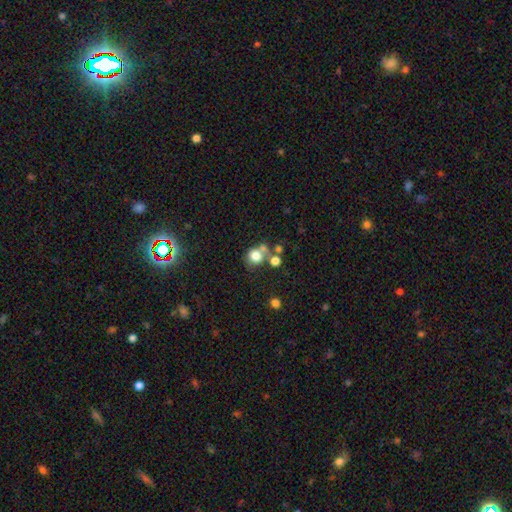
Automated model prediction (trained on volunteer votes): This is likely a smooth galaxy (76%). How rounded: clearly round (84%). Merging: possibly none (51%).